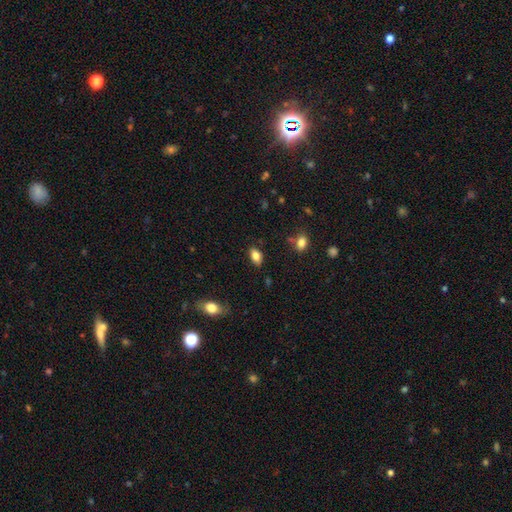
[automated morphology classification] smooth_or_featured: smooth (p=0.82) [alt: featured or disk p=0.09]
how_rounded: in between (p=0.89) [alt: round p=0.08]
merging: none (p=0.83) [alt: minor disturbance p=0.12]